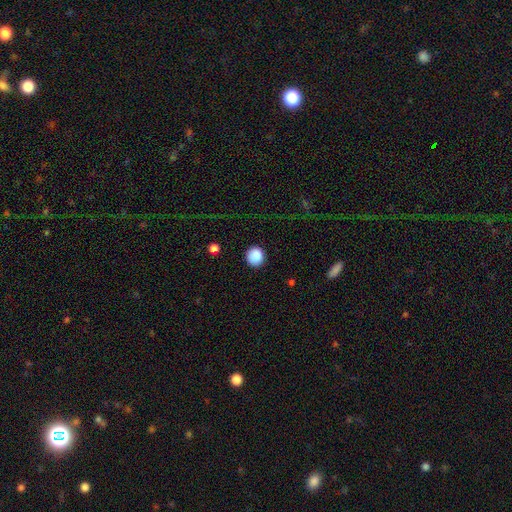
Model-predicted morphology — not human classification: Overall: smooth (88%). How rounded: round (89%). Merging: none (88%).